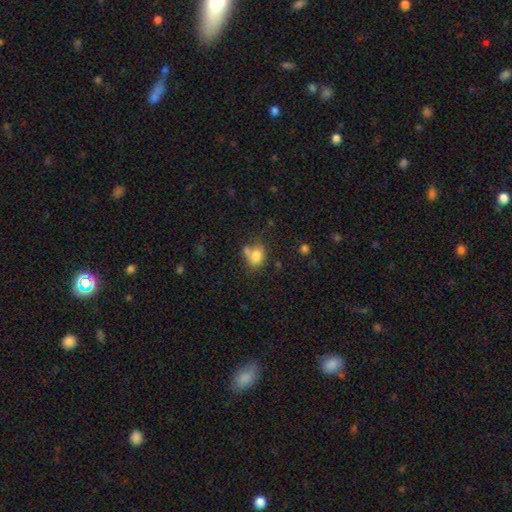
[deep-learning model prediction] smooth 79%, featured or disk 11%, star or artifact 10%. Down the decision tree: how rounded — in between (59%); merging — none (50%).